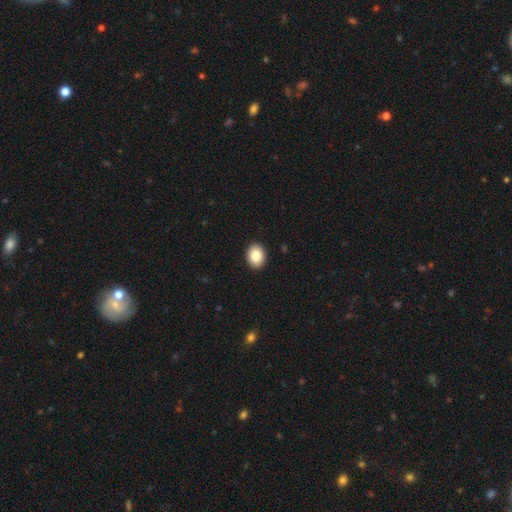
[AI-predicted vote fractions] This is clearly a smooth galaxy (86%). How rounded: likely in between (70%). Merging: clearly none (92%).